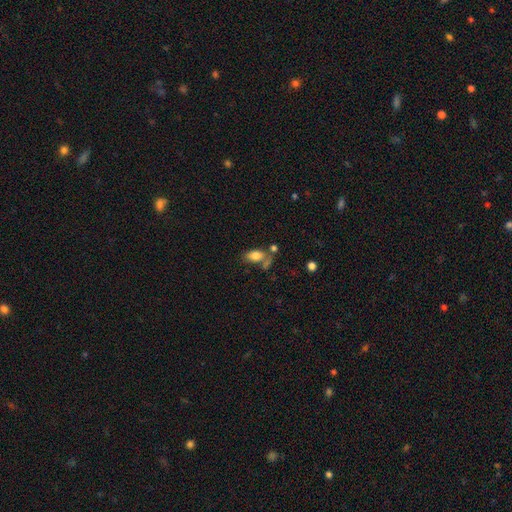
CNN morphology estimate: Smooth or featured? smooth (79%)
How rounded? in between (89%)
Merging? none (51%)